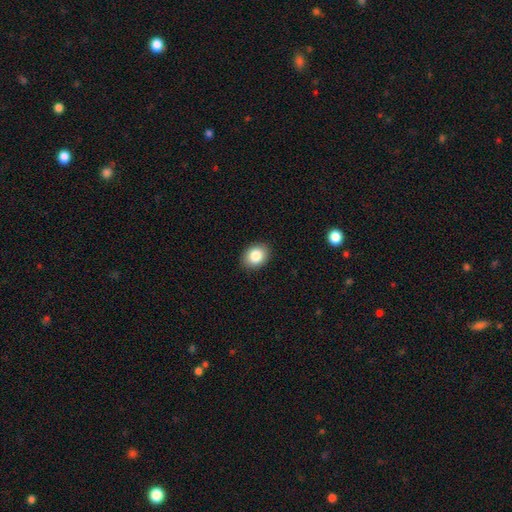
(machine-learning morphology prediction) Smooth or featured? smooth (86%)
How rounded? in between (56%)
Merging? none (90%)